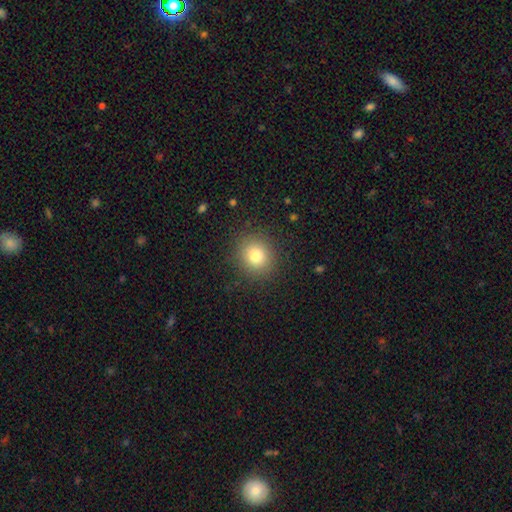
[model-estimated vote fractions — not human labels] Overall: smooth (79%). How rounded: round (86%). Merging: none (88%).